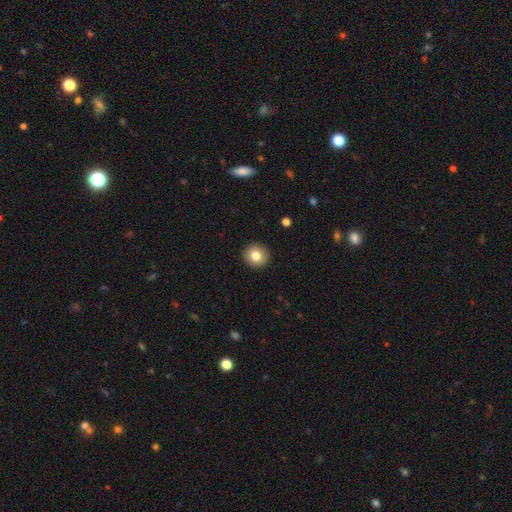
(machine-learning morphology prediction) A smooth galaxy with no disk features (81%) that is round (92%).

Vote fractions:
- Smooth or featured? smooth: 81% / featured or disk: 10% / star or artifact: 10%
- How rounded? round: 92% / in between: 7% / cigar-shaped: 1%
- Merging? none: 93% / minor disturbance: 5% / major disturbance: 2% / merger: 1%